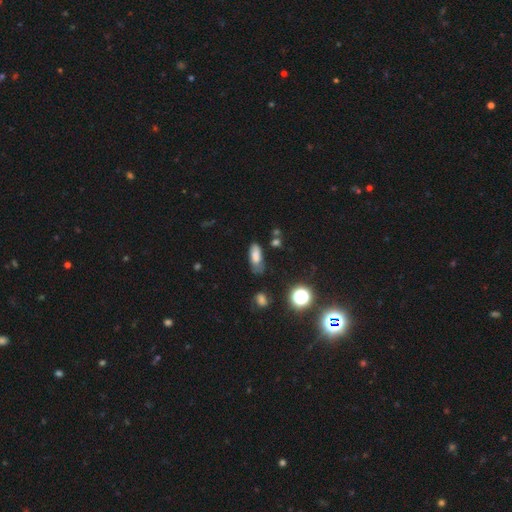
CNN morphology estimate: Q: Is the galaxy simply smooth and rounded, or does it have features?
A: smooth — 73%.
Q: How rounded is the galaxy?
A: in between — 81%.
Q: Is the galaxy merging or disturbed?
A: none — 51%.